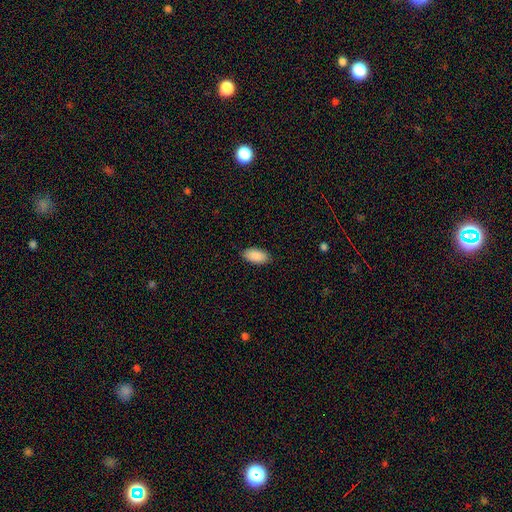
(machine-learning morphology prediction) Q: Smooth or featured?
A: smooth (90%); runner-up: star or artifact (6%)
Q: How rounded?
A: in between (95%); runner-up: cigar-shaped (3%)
Q: Merging?
A: none (88%); runner-up: minor disturbance (9%)